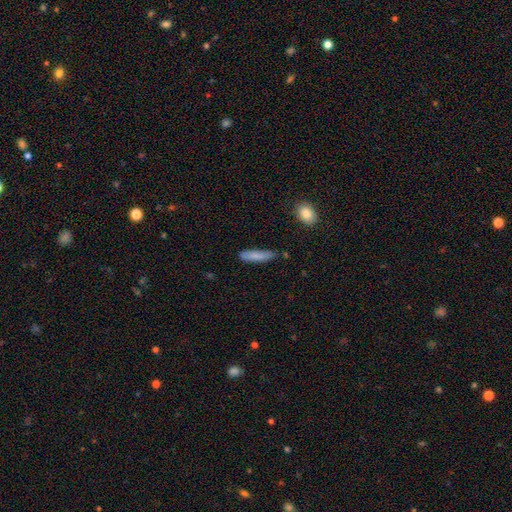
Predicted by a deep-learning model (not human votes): The model was most divided on "merging": none: 70%, minor disturbance: 23%, major disturbance: 4%, merger: 4%. More confident: smooth or featured — smooth (81%); how rounded — cigar-shaped (78%).